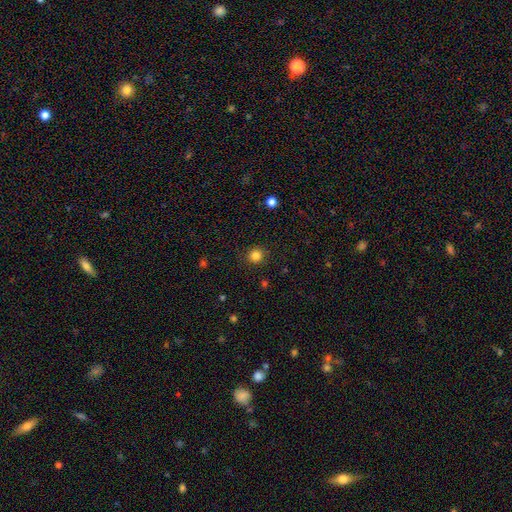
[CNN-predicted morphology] Overall: smooth (83%). How rounded: round (92%). Merging: none (90%).